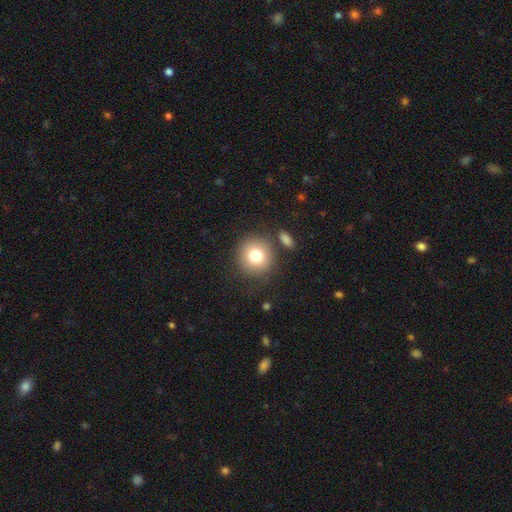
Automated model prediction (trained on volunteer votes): Q: Smooth or featured?
A: smooth (77%); runner-up: featured or disk (12%)
Q: How rounded?
A: round (91%); runner-up: in between (8%)
Q: Merging?
A: none (79%); runner-up: minor disturbance (10%)